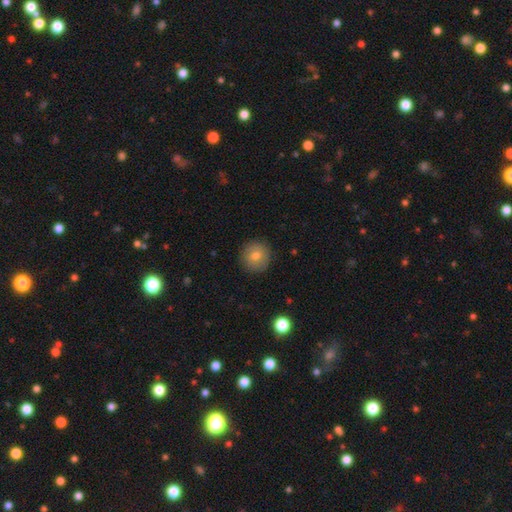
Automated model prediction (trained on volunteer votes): smooth 74%, featured or disk 16%, star or artifact 10%. Down the decision tree: how rounded — round (95%); merging — none (90%).